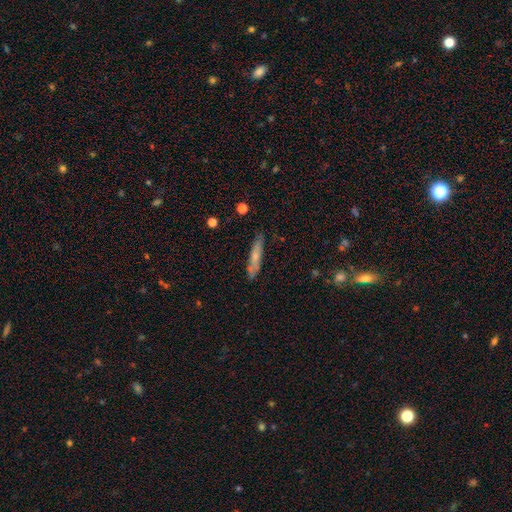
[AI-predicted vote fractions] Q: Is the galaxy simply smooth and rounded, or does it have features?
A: smooth — 64%.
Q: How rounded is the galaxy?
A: cigar-shaped — 89%.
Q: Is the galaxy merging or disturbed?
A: none — 78%.